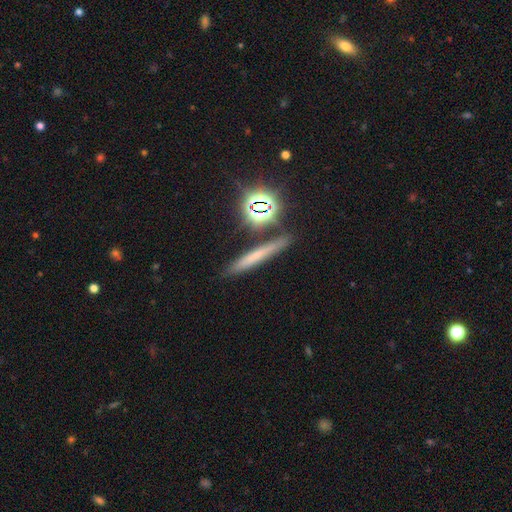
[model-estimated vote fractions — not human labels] Morphology: type=smooth (50%); roundness=cigar-shaped (85%); merging=none (84%).